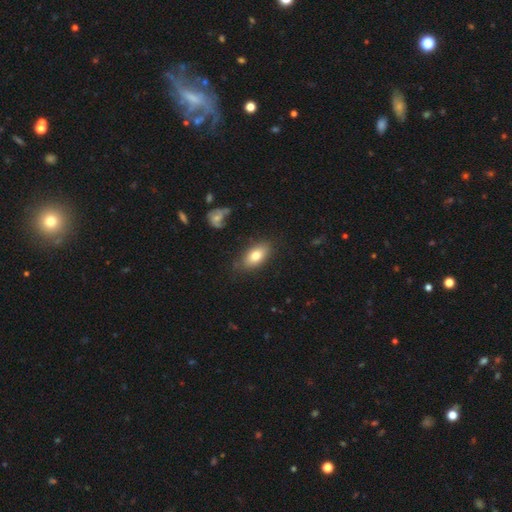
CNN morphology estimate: Smooth or featured? smooth (78%)
How rounded? in between (89%)
Merging? none (80%)